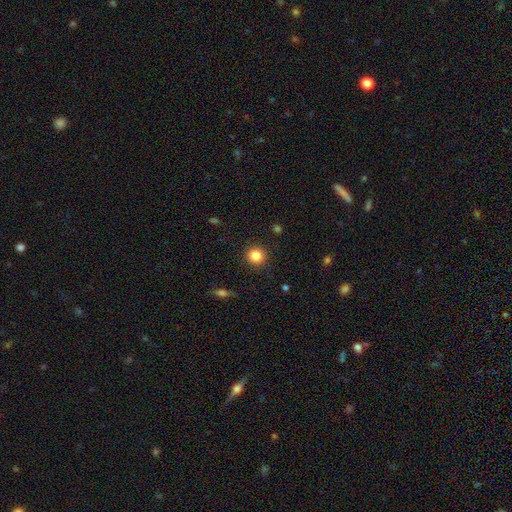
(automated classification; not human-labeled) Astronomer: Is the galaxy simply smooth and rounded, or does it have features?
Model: smooth — 84%.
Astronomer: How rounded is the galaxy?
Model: round — 94%.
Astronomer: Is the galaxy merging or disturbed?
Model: none — 91%.